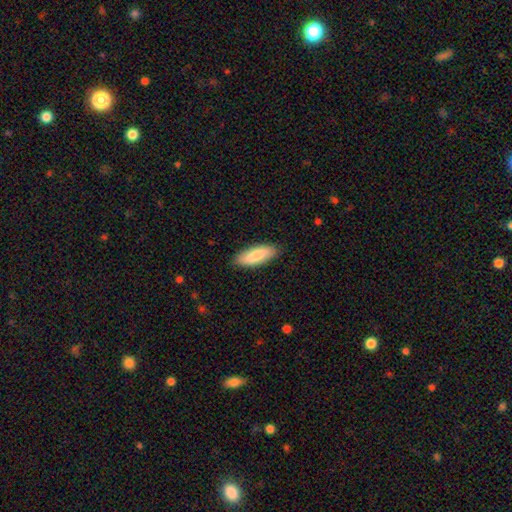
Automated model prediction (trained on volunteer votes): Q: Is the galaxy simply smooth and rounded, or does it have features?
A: smooth — 85%.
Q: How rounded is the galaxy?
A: in between — 59%.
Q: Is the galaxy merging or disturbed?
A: none — 86%.